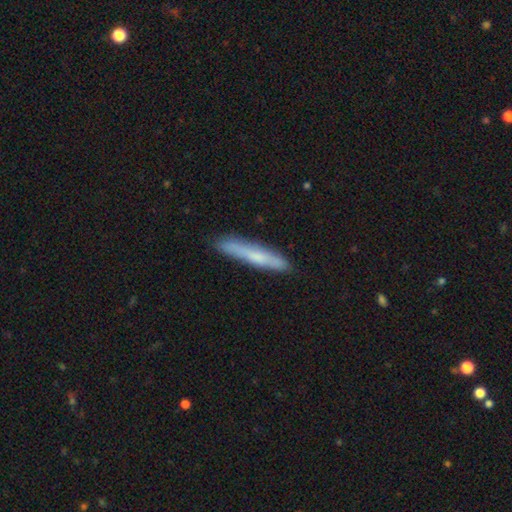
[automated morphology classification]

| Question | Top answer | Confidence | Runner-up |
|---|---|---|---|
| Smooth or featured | smooth | 64% | featured or disk (30%) |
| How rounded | cigar-shaped | 94% | in between (4%) |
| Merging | none | 87% | minor disturbance (10%) |